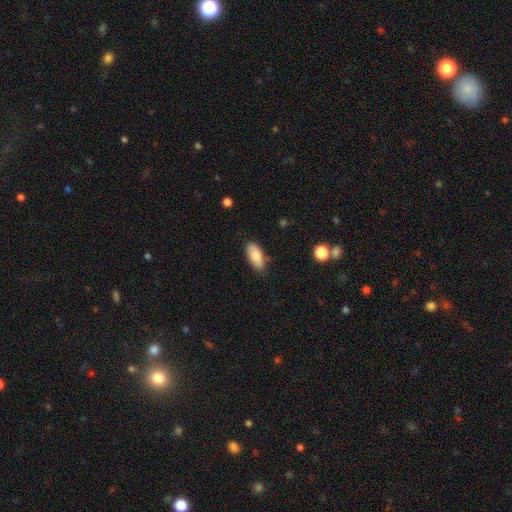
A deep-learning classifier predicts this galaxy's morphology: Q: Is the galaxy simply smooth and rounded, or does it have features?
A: smooth — 83%.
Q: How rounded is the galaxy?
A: in between — 90%.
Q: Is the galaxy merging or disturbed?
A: none — 83%.